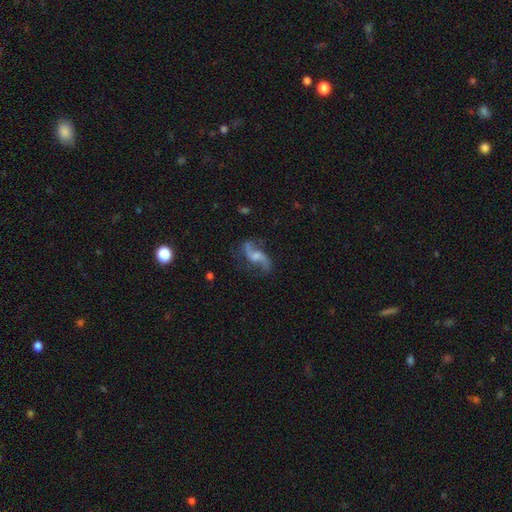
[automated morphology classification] Smooth or featured: featured or disk — 83% (smooth — 10%)
Edge-on disk: no — 95% (yes — 5%)
Bar: no — 48% (weak — 40%)
Spiral arms: yes — 95% (no — 5%)
Spiral winding: loose — 81% (medium — 15%)
Spiral arm count: 2 — 92% (1 — 3%)
Bulge size: small — 37% (moderate — 35%)
Merging: none — 70% (minor disturbance — 17%)